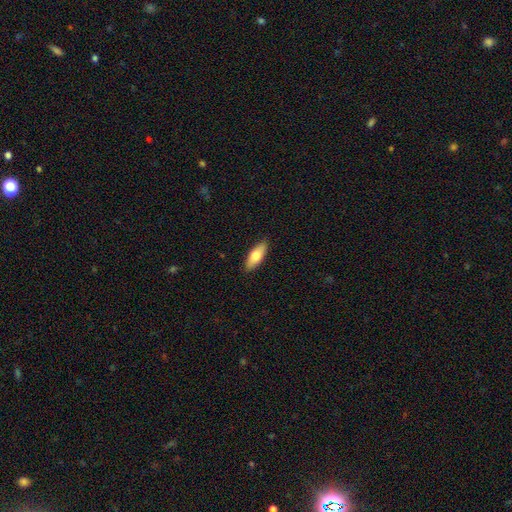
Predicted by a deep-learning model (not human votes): smooth_or_featured: smooth (p=0.74) [alt: featured or disk p=0.20]
how_rounded: in between (p=0.72) [alt: cigar-shaped p=0.26]
merging: none (p=0.89) [alt: minor disturbance p=0.08]